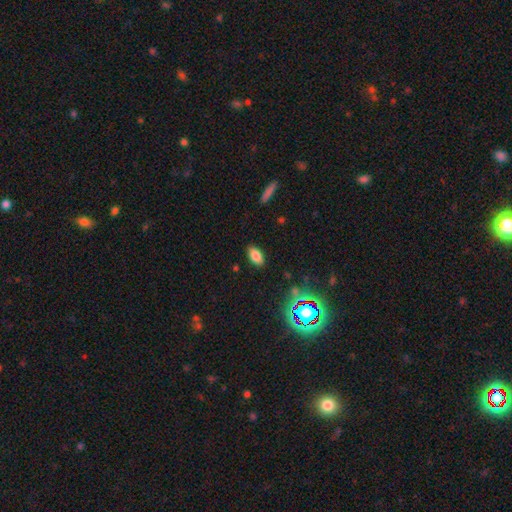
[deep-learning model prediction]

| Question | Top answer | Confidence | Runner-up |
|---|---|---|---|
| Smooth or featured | smooth | 81% | star or artifact (11%) |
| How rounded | in between | 92% | round (5%) |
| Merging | none | 87% | minor disturbance (9%) |